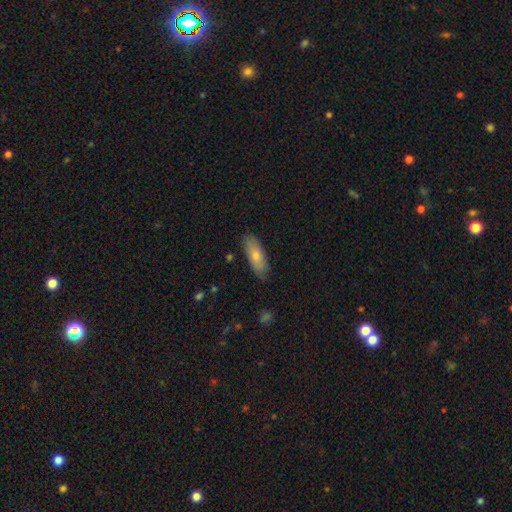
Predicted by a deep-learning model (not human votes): Smooth or featured? Predicted: smooth (p=0.69). How rounded? Predicted: in between (p=0.58). Merging? Predicted: none (p=0.85).